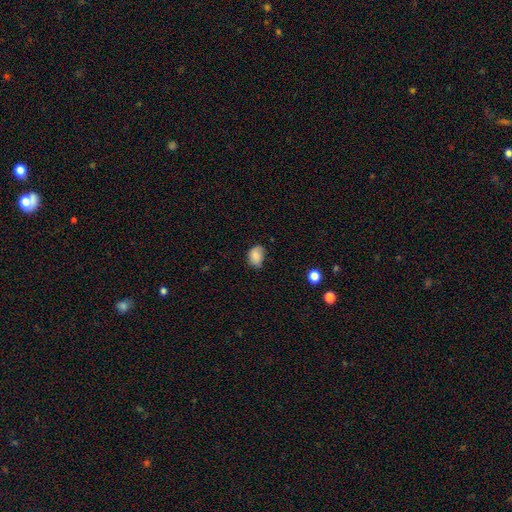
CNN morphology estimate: Smooth or featured?
  - smooth: 81% *
  - featured or disk: 11%
  - star or artifact: 9%
How rounded?
  - in between: 71% *
  - round: 28%
  - cigar-shaped: 1%
Merging?
  - none: 59% *
  - minor disturbance: 33%
  - major disturbance: 6%
  - merger: 1%